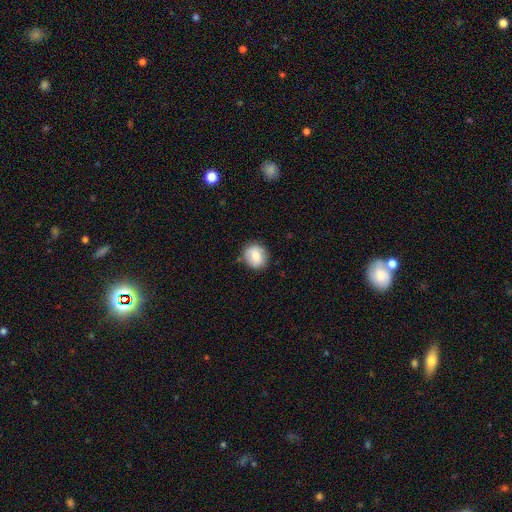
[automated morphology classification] Smooth or featured? Predicted: smooth (p=0.76). How rounded? Predicted: round (p=0.80). Merging? Predicted: none (p=0.82).